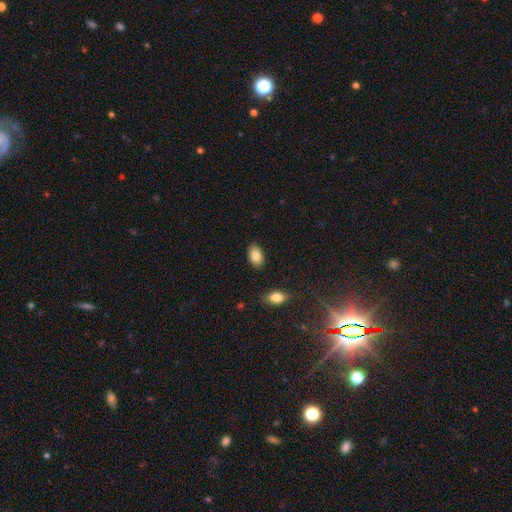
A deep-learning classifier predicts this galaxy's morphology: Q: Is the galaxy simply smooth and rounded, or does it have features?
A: smooth — 84%.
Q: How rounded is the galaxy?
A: in between — 91%.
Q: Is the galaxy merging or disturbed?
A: none — 87%.